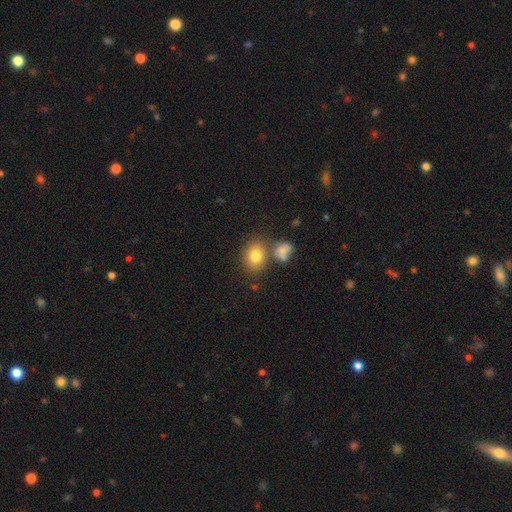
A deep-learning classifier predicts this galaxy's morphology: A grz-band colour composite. It shows a smooth galaxy with no disk features (80%) that is in between round and cigar-shaped (60%). Merging: none (65%).